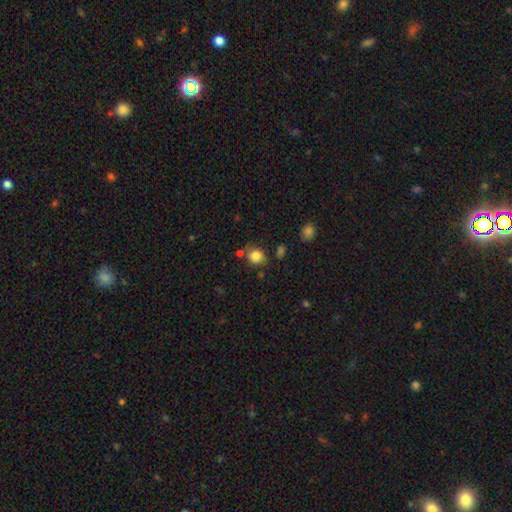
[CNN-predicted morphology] Overall: smooth (84%). How rounded: round (75%). Merging: none (71%).